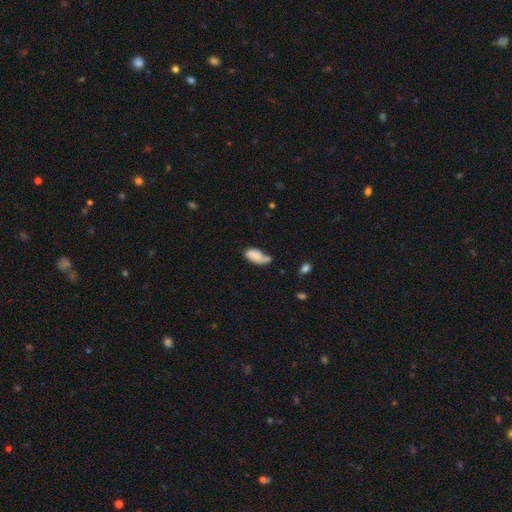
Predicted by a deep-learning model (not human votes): Smooth or featured?
  - smooth: 74% *
  - featured or disk: 18%
  - star or artifact: 8%
How rounded?
  - in between: 89% *
  - cigar-shaped: 7%
  - round: 3%
Merging?
  - none: 33% *
  - minor disturbance: 29%
  - merger: 21%
  - major disturbance: 17%